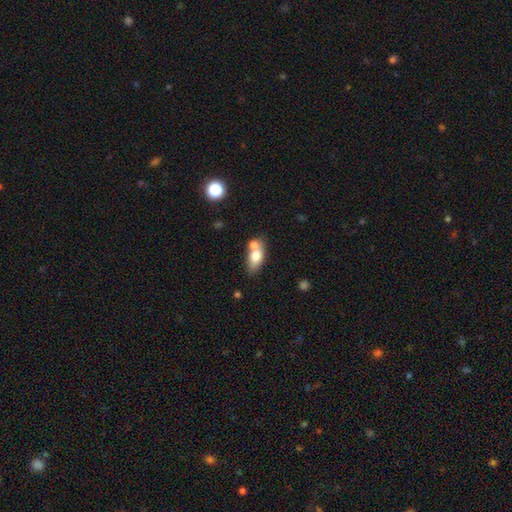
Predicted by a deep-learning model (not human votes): Smooth or featured? Predicted: smooth (p=0.73). How rounded? Predicted: in between (p=0.82). Merging? Predicted: none (p=0.50).